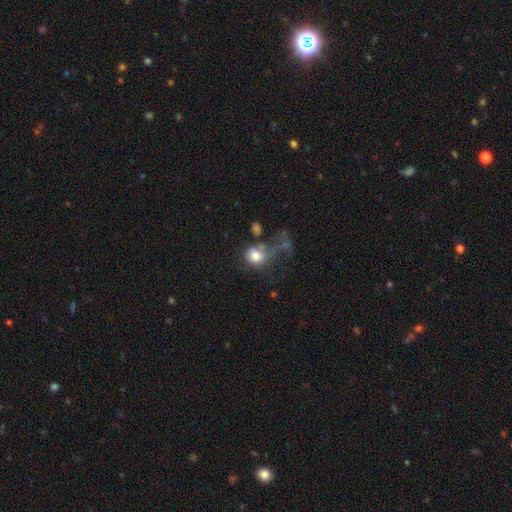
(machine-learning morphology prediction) Smooth or featured?
  - smooth: 72% *
  - featured or disk: 18%
  - star or artifact: 10%
How rounded?
  - round: 56% *
  - in between: 43%
  - cigar-shaped: 1%
Merging?
  - major disturbance: 42% *
  - none: 23%
  - merger: 20%
  - minor disturbance: 15%